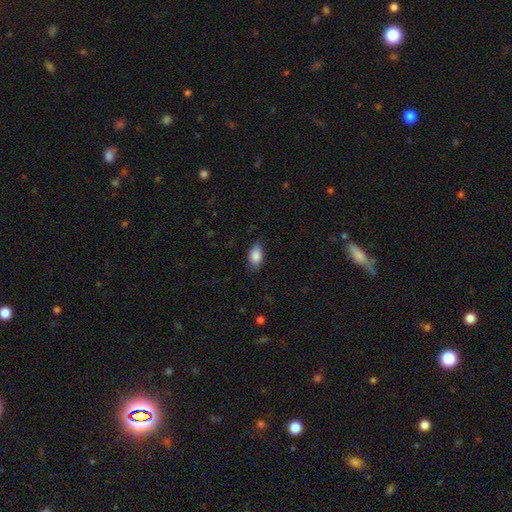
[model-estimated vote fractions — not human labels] Q: Smooth or featured?
A: smooth (87%); runner-up: star or artifact (7%)
Q: How rounded?
A: in between (90%); runner-up: round (7%)
Q: Merging?
A: none (79%); runner-up: minor disturbance (17%)